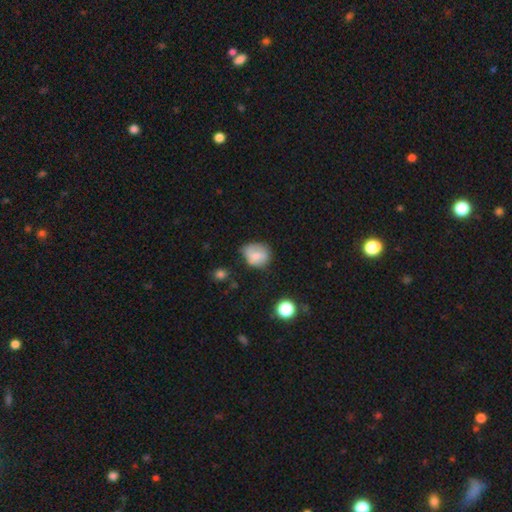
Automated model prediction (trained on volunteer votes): Smooth or featured? Predicted: smooth (p=0.61). How rounded? Predicted: round (p=0.66). Merging? Predicted: none (p=0.57).